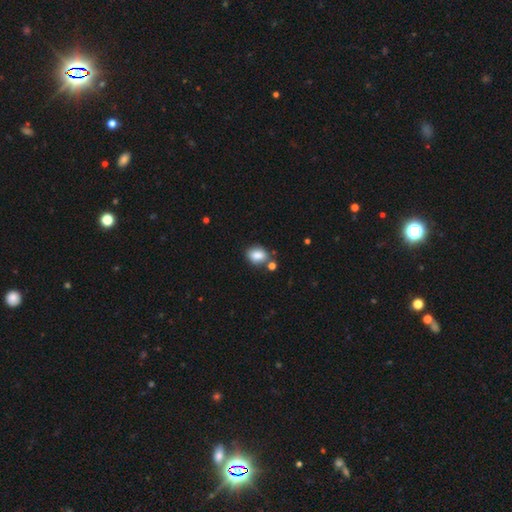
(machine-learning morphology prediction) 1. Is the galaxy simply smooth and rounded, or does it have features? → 84% smooth, 9% star or artifact, 7% featured or disk.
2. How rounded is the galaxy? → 66% in between, 33% round, 1% cigar-shaped.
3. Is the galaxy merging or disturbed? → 64% none, 17% minor disturbance, 15% merger, 4% major disturbance.